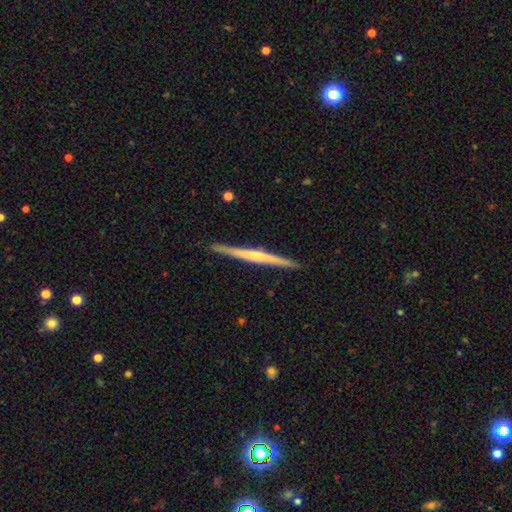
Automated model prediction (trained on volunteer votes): smooth-or-featured: featured or disk: 70% | smooth: 25% | star or artifact: 5%
  disk-edge-on: yes: 98% | no: 2%
    edge-on-bulge: rounded: 52% | none: 38% | boxy: 10%
  merging: none: 91% | minor disturbance: 6% | major disturbance: 1% | merger: 1%